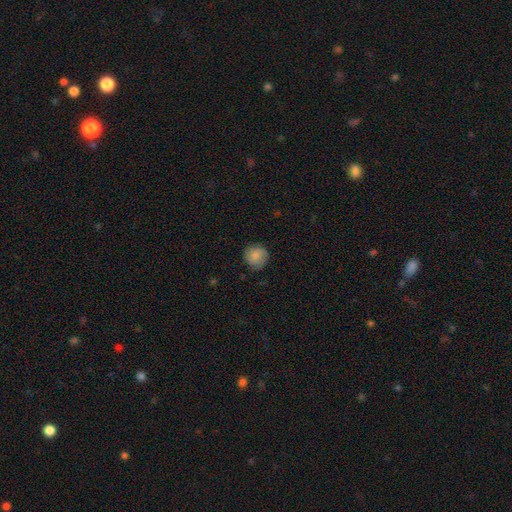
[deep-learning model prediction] This appears to be a smooth galaxy with no disk features (83%) that is round (92%). Merging: none (82%).